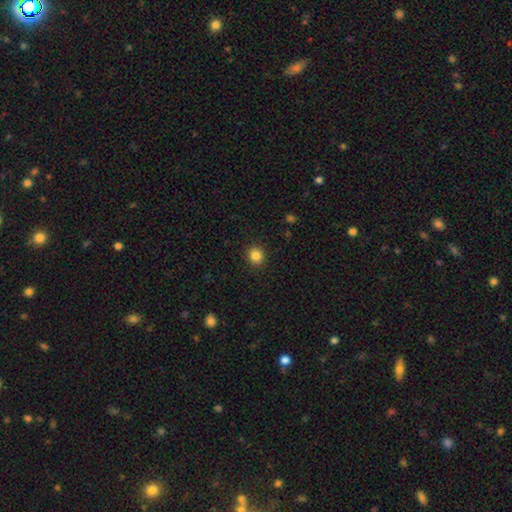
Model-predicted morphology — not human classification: Smooth or featured? smooth (84%)
How rounded? round (89%)
Merging? none (92%)